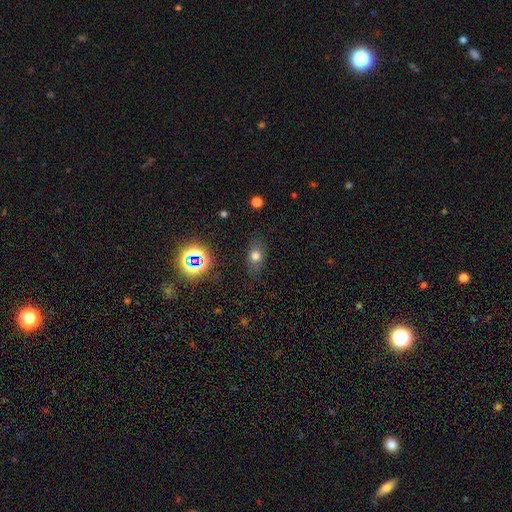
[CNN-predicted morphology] A smooth galaxy with no disk features (67%) that is in between round and cigar-shaped (68%).

Vote fractions:
- Smooth or featured? smooth: 67% / star or artifact: 19% / featured or disk: 14%
- How rounded? in between: 68% / round: 27% / cigar-shaped: 5%
- Merging? none: 78% / minor disturbance: 16% / major disturbance: 5% / merger: 2%